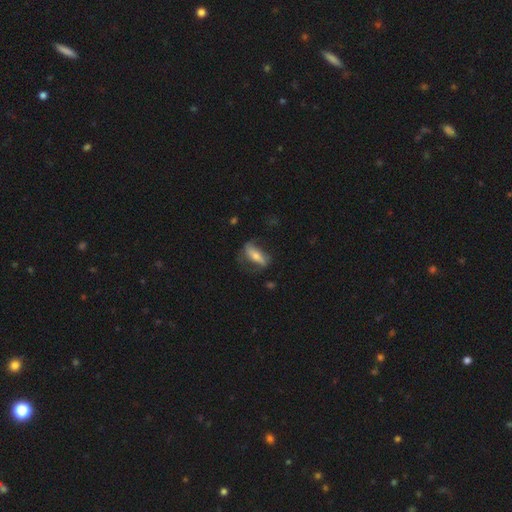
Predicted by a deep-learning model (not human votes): A smooth galaxy with no disk features (48%). Merging: none (56%).